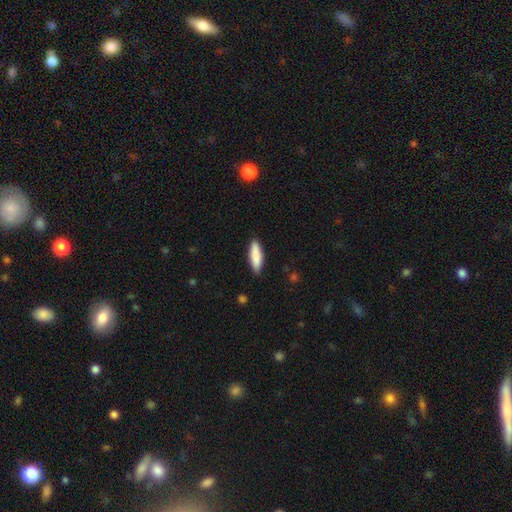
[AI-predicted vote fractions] The model was most divided on "how rounded": cigar-shaped: 58%, in between: 41%, round: 1%. More confident: merging — none (87%); smooth or featured — smooth (87%).